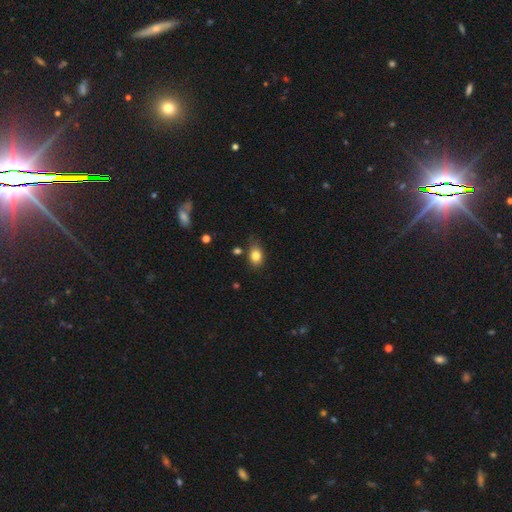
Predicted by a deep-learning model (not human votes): Smooth or featured? smooth (83%)
How rounded? in between (76%)
Merging? none (76%)